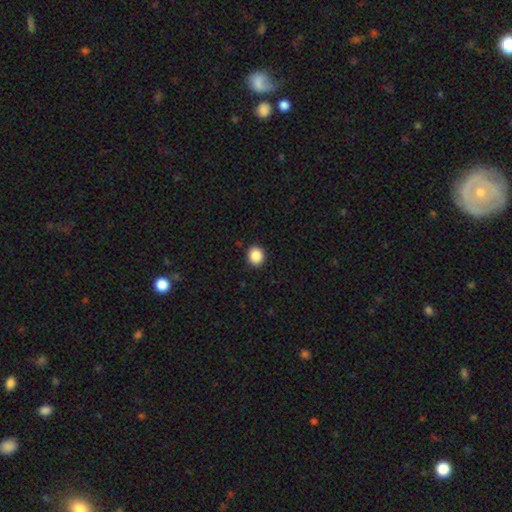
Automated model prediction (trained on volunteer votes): The model was most divided on "how rounded": round: 77%, in between: 22%, cigar-shaped: 1%. More confident: merging — none (91%); smooth or featured — smooth (88%).